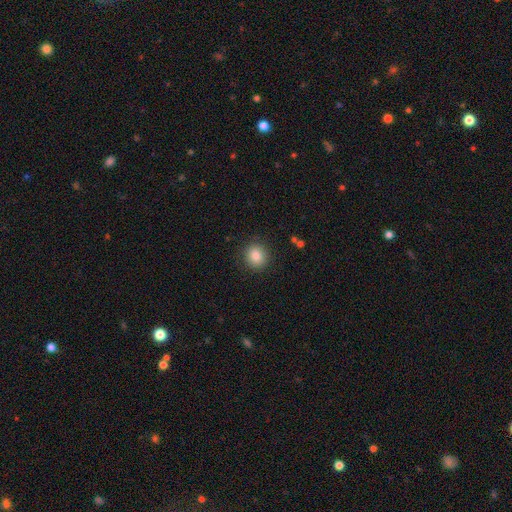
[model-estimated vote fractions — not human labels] A smooth galaxy with no disk features (84%) that is round (85%). Merging: none (88%).